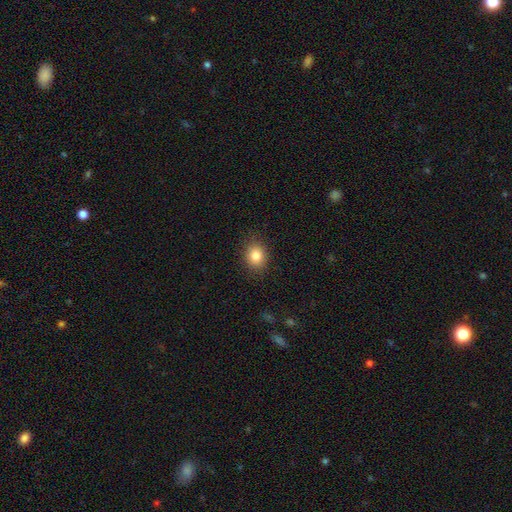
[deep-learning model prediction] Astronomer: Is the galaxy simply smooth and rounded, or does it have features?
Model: smooth — 84%.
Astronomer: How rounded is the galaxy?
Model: round — 58% (runner-up: in between, 41%).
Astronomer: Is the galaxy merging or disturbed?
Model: none — 87%.